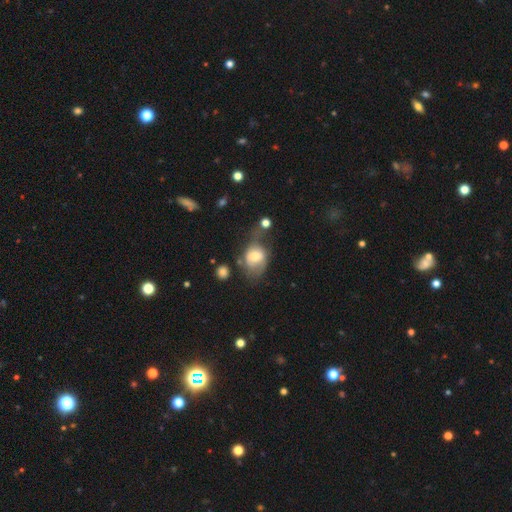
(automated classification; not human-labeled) Smooth or featured? Predicted: smooth (p=0.61). How rounded? Predicted: in between (p=0.63). Merging? Predicted: none (p=0.30, tied with major disturbance).